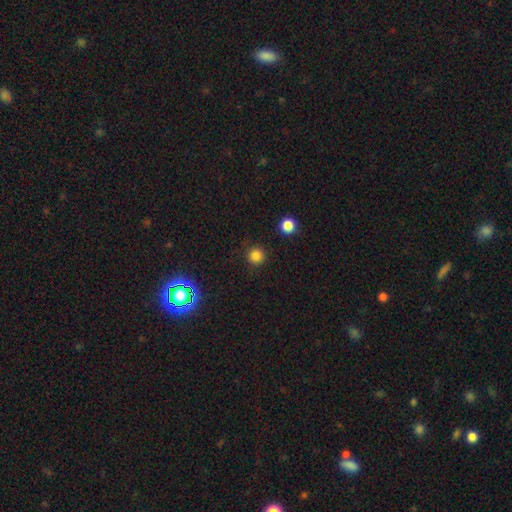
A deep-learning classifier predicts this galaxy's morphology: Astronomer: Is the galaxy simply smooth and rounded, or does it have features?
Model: smooth — 81%.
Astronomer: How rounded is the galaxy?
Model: round — 95%.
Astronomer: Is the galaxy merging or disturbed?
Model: none — 90%.